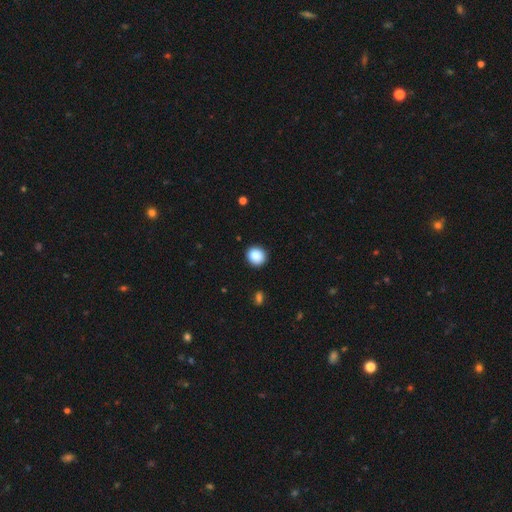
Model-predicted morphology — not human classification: smooth_or_featured: smooth (p=0.89) [alt: star or artifact p=0.08]
how_rounded: round (p=0.85) [alt: in between p=0.14]
merging: none (p=0.91) [alt: minor disturbance p=0.06]